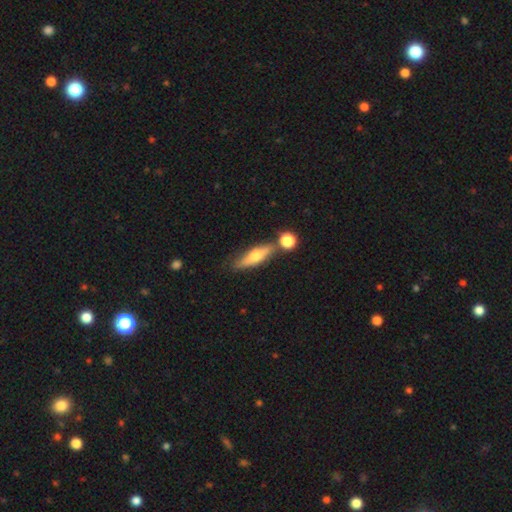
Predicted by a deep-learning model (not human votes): smooth-or-featured: featured or disk: 50% | smooth: 43% | star or artifact: 8%
  merging: none: 68% | minor disturbance: 15% | merger: 13% | major disturbance: 4%